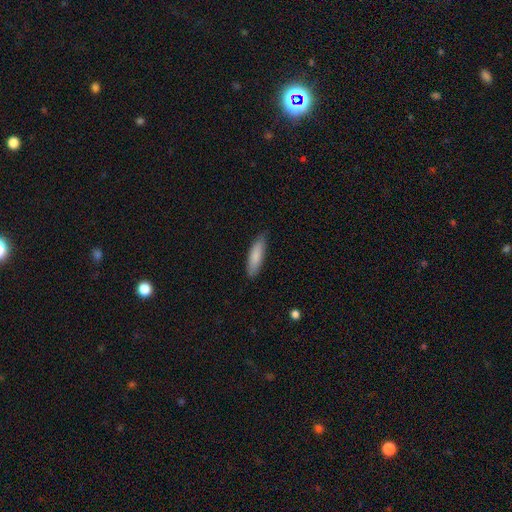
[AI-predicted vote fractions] Smooth or featured?
  - smooth: 85% *
  - featured or disk: 10%
  - star or artifact: 5%
How rounded?
  - cigar-shaped: 61% *
  - in between: 37%
  - round: 1%
Merging?
  - none: 84% *
  - minor disturbance: 13%
  - major disturbance: 2%
  - merger: 1%